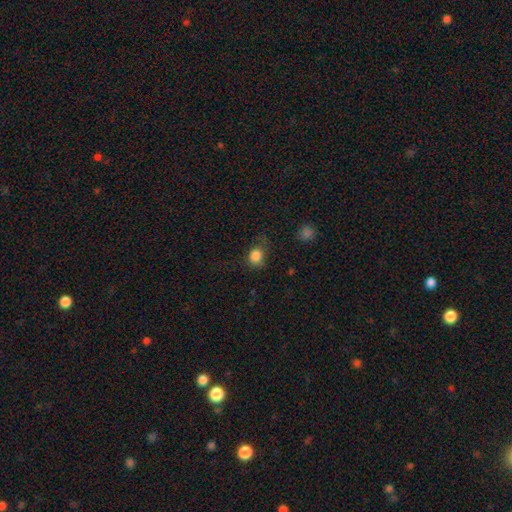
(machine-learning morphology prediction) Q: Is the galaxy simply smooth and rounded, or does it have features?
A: smooth — 84%.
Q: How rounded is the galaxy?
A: round — 68%.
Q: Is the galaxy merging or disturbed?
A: none — 57%.